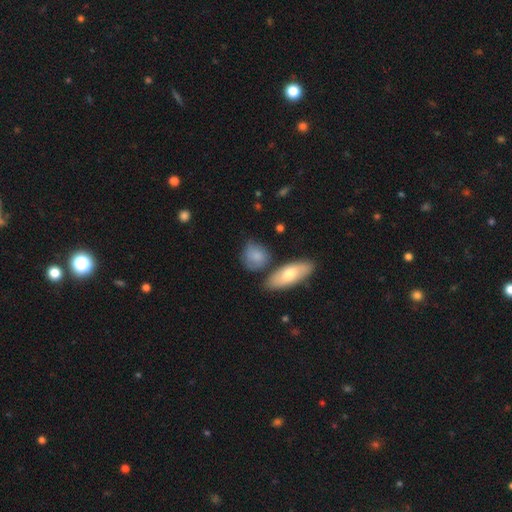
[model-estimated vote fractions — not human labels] Overall: smooth (81%). How rounded: round (59%; in between 36%). Merging: none (63%).